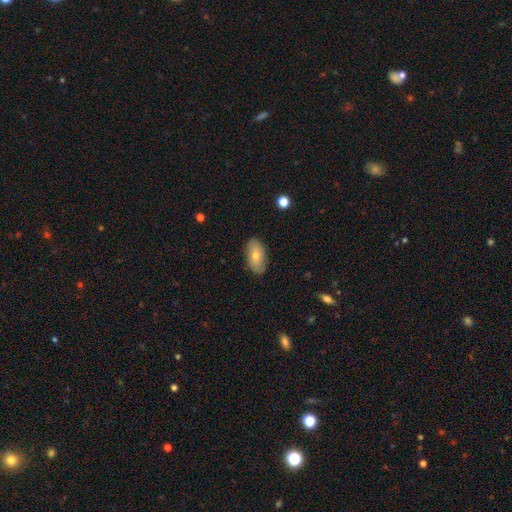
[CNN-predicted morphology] Smooth or featured? Predicted: smooth (p=0.65). How rounded? Predicted: in between (p=0.91). Merging? Predicted: none (p=0.86).